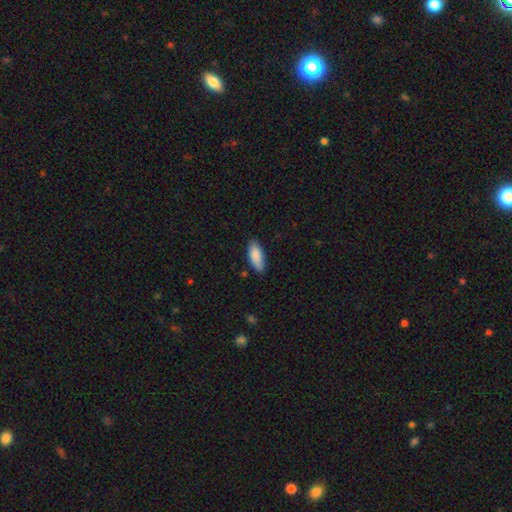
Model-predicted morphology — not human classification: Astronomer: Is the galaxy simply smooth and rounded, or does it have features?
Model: smooth — 88%.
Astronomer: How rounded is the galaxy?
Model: in between — 80%.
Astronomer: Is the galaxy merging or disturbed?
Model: none — 82%.